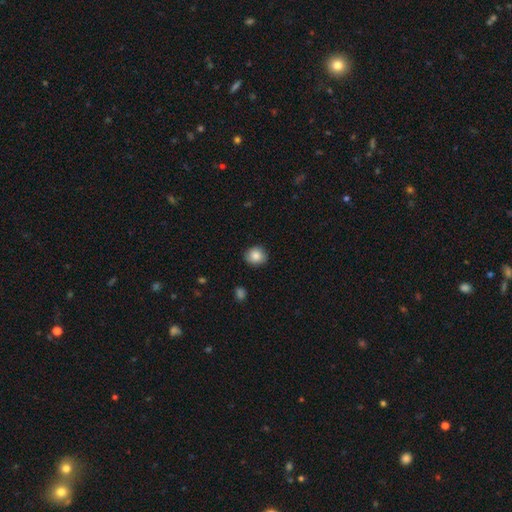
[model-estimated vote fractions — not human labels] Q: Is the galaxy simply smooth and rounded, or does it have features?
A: smooth — 85%.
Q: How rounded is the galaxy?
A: round — 78%.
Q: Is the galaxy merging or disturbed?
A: none — 86%.